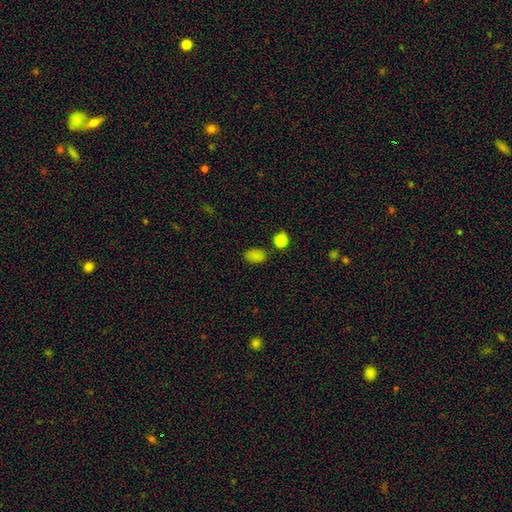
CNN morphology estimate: smooth 81%, star or artifact 15%, featured or disk 4%. Down the decision tree: how rounded — in between (83%); merging — none (82%).